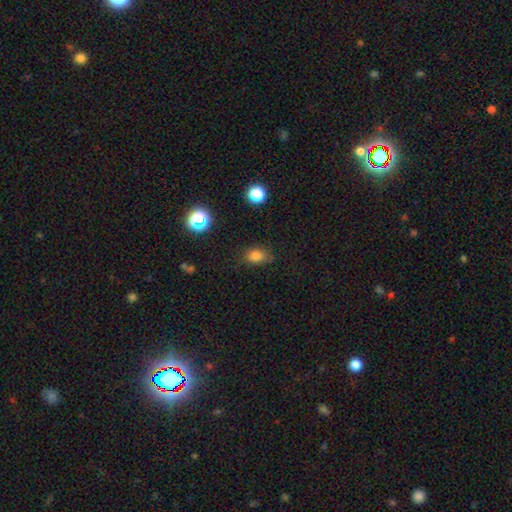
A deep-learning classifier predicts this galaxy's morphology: This is likely a smooth galaxy (78%). How rounded: likely in between (67%). Merging: likely none (77%).